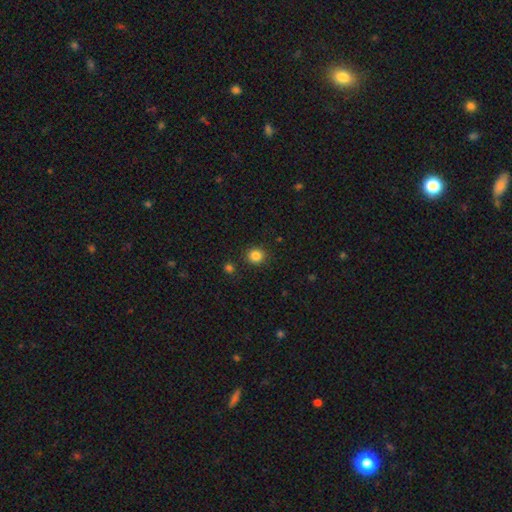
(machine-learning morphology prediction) Overall: smooth (84%). How rounded: round (90%). Merging: none (89%).